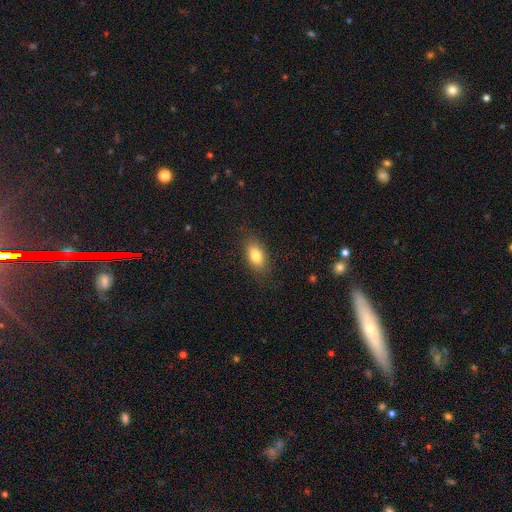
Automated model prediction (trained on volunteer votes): Q: Smooth or featured?
A: smooth (80%); runner-up: featured or disk (11%)
Q: How rounded?
A: in between (87%); runner-up: round (7%)
Q: Merging?
A: none (83%); runner-up: minor disturbance (12%)